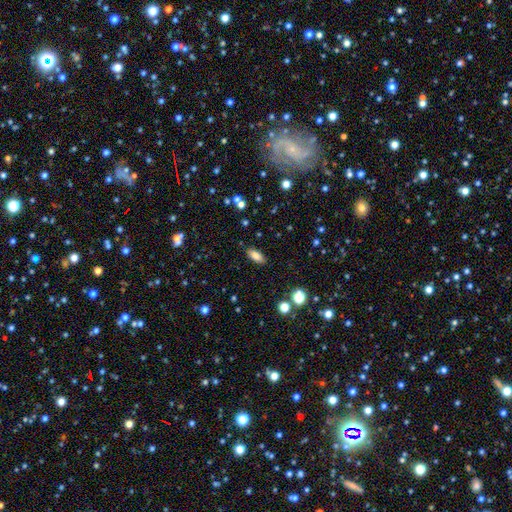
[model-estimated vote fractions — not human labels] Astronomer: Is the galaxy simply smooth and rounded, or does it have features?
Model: smooth — 81%.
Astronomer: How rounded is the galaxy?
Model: in between — 86%.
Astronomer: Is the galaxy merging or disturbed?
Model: none — 87%.